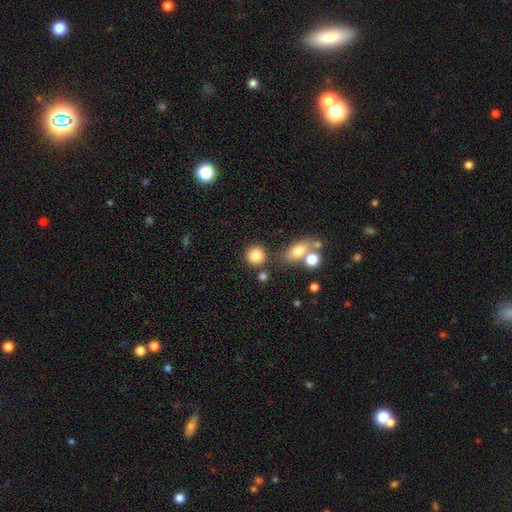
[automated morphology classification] smooth 83%, star or artifact 10%, featured or disk 7%. Down the decision tree: how rounded — round (88%); merging — none (77%).